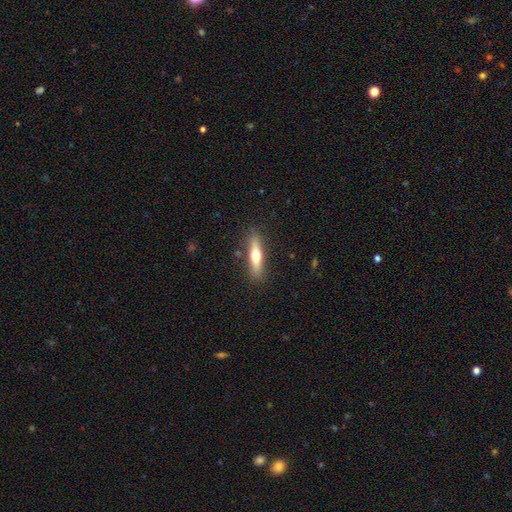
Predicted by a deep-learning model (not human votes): Smooth or featured? Predicted: smooth (p=0.53). How rounded? Predicted: cigar-shaped (p=0.79). Merging? Predicted: none (p=0.86).